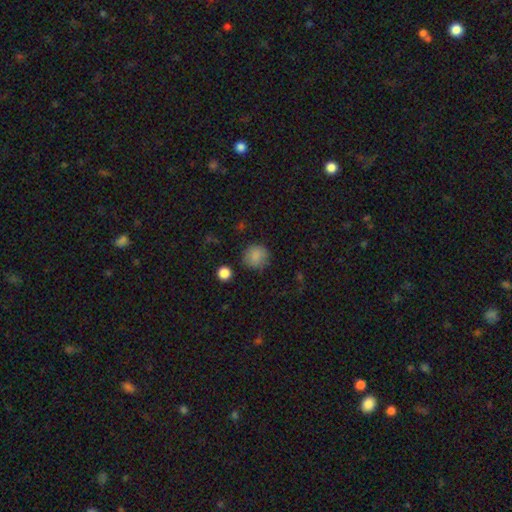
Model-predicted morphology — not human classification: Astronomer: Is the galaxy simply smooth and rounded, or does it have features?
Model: smooth — 85%.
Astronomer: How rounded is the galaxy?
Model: round — 90%.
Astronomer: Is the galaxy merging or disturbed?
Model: none — 82%.